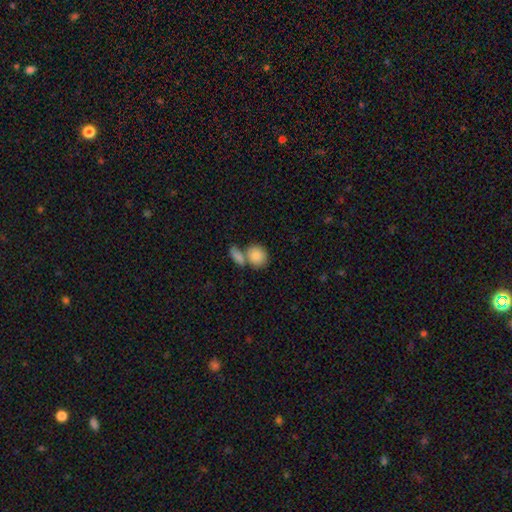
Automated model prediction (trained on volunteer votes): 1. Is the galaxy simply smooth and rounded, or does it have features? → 86% smooth, 8% featured or disk, 6% star or artifact.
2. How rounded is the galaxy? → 61% round, 37% in between, 2% cigar-shaped.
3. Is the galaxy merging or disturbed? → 46% merger, 41% none, 10% minor disturbance, 4% major disturbance.